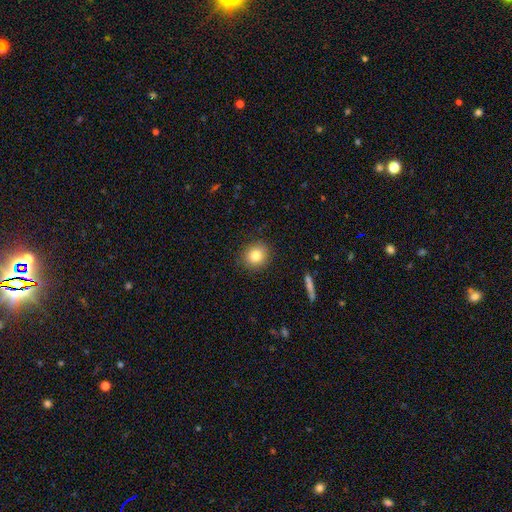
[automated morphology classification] smooth 82%, star or artifact 10%, featured or disk 8%. Down the decision tree: how rounded — round (85%); merging — none (89%).